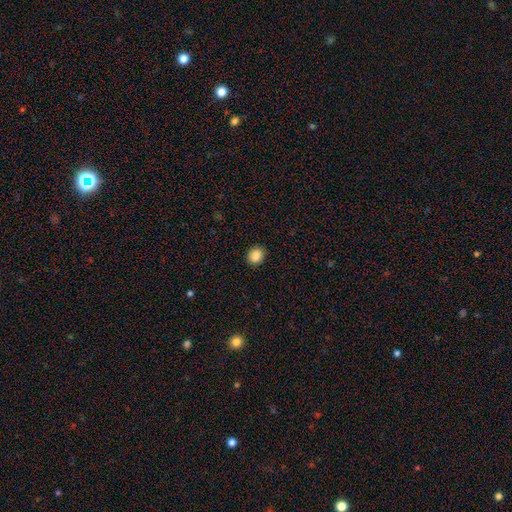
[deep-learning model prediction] Smooth or featured? Predicted: smooth (p=0.87). How rounded? Predicted: round (p=0.69). Merging? Predicted: none (p=0.90).